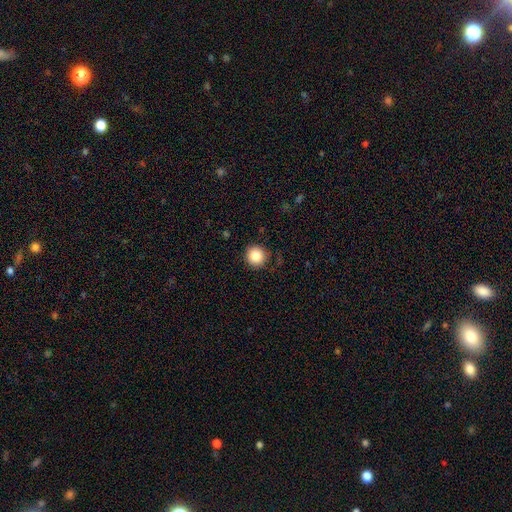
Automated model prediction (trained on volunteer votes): A smooth galaxy with no disk features (85%) that is round (95%).

Vote fractions:
- Smooth or featured? smooth: 85% / star or artifact: 10% / featured or disk: 5%
- How rounded? round: 95% / in between: 4% / cigar-shaped: 1%
- Merging? none: 87% / minor disturbance: 9% / major disturbance: 3% / merger: 1%